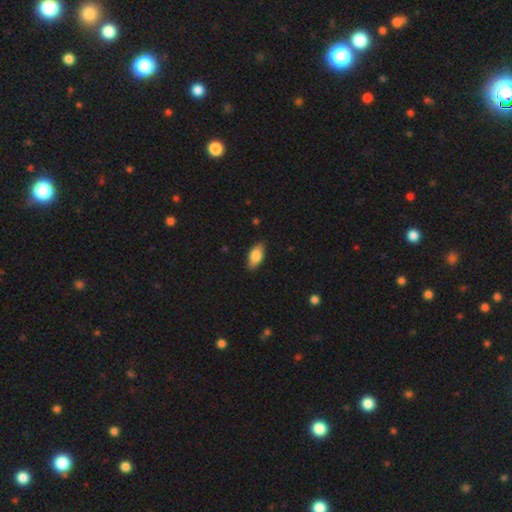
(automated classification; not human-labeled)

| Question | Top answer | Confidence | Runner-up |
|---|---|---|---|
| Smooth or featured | smooth | 80% | featured or disk (13%) |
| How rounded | in between | 90% | cigar-shaped (6%) |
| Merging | none | 84% | minor disturbance (13%) |